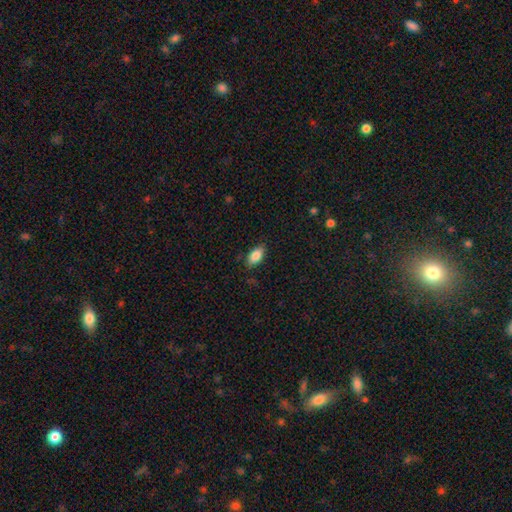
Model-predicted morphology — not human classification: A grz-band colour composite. It shows a smooth galaxy with no disk features (86%) that is in between round and cigar-shaped (91%). Merging: none (83%).